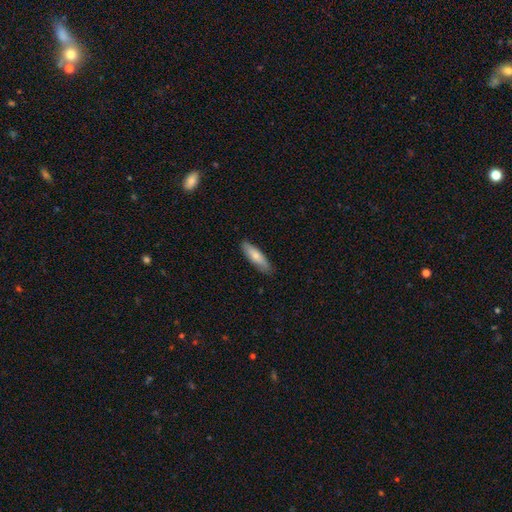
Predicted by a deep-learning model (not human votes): This appears to be a smooth galaxy with no disk features (72%) that is cigar-shaped (61%). Merging: none (85%).